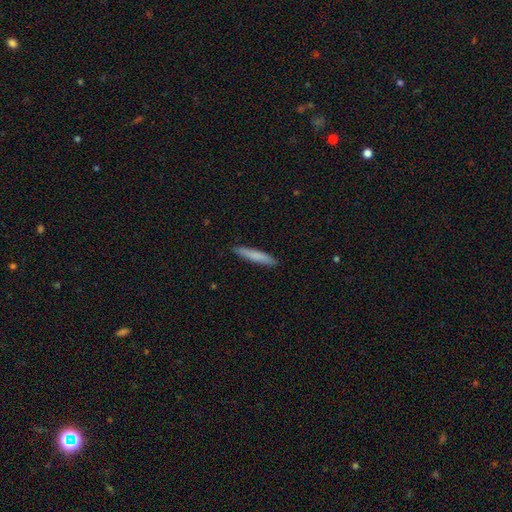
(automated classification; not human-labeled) A smooth galaxy with no disk features (77%) that is cigar-shaped (93%).

Vote fractions:
- Smooth or featured? smooth: 77% / featured or disk: 18% / star or artifact: 5%
- How rounded? cigar-shaped: 93% / in between: 5% / round: 1%
- Merging? none: 90% / minor disturbance: 7% / major disturbance: 1% / merger: 1%